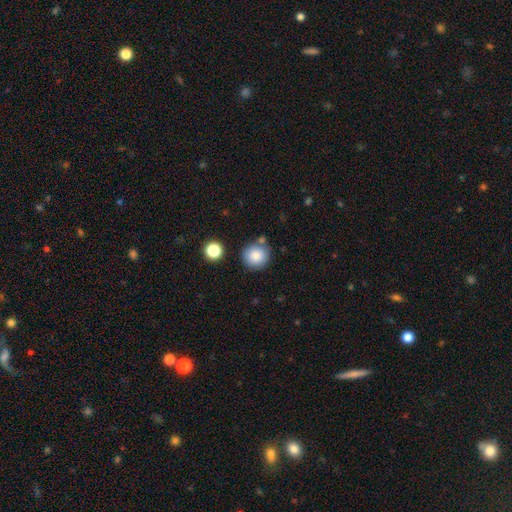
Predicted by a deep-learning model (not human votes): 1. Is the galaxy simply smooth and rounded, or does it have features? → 84% smooth, 9% star or artifact, 7% featured or disk.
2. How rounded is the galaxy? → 92% round, 7% in between, 1% cigar-shaped.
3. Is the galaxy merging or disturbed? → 76% none, 11% minor disturbance, 11% merger, 3% major disturbance.